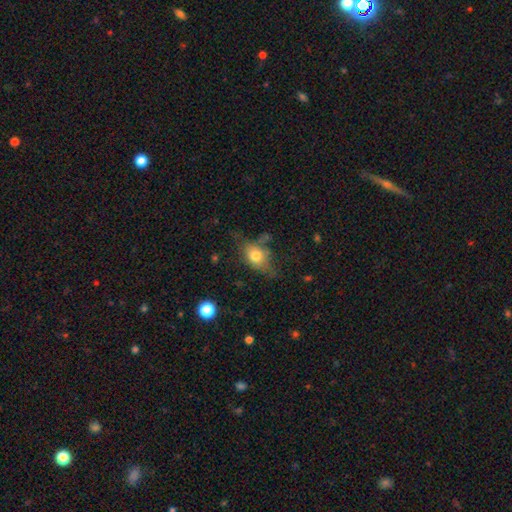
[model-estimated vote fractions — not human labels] smooth_or_featured: smooth (p=0.70) [alt: featured or disk p=0.19]
how_rounded: in between (p=0.69) [alt: round p=0.28]
merging: none (p=0.48) [alt: minor disturbance p=0.30]